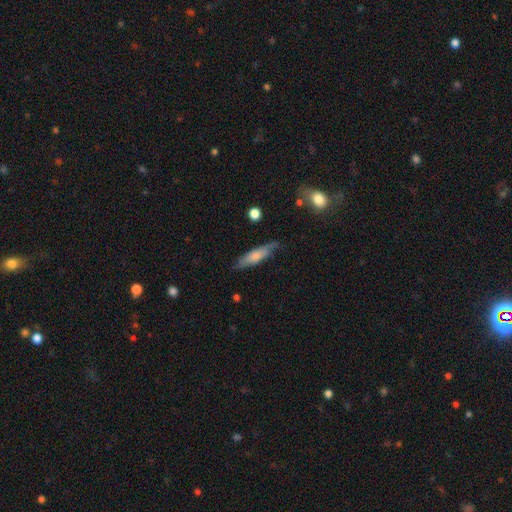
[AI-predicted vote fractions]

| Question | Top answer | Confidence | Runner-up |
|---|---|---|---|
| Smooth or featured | smooth | 65% | featured or disk (29%) |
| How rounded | cigar-shaped | 68% | in between (30%) |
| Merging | none | 69% | minor disturbance (24%) |